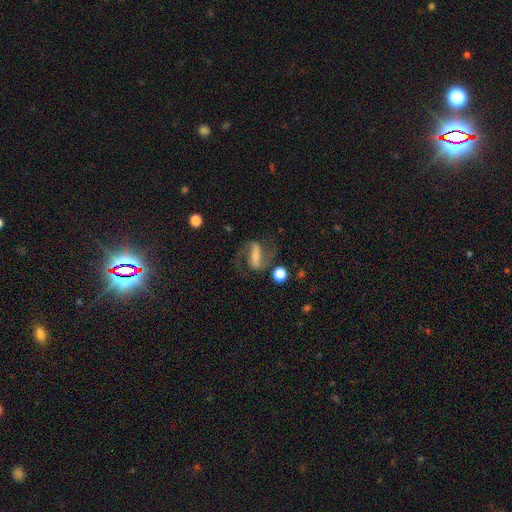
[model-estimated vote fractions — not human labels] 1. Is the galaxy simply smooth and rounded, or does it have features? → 80% featured or disk, 12% smooth, 8% star or artifact.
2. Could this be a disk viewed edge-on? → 95% no, 5% yes.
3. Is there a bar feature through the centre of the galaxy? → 67% strong, 23% weak, 10% no.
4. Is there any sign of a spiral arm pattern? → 94% yes, 6% no.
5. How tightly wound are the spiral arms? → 48% medium, 41% loose, 11% tight.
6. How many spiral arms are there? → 92% 2, 3% can't tell, 2% 1, 1% 3, 1% 4, 1% more than 4.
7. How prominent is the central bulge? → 44% small, 29% moderate, 16% none, 8% large, 2% dominant.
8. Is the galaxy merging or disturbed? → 71% none, 14% minor disturbance, 11% major disturbance, 4% merger.